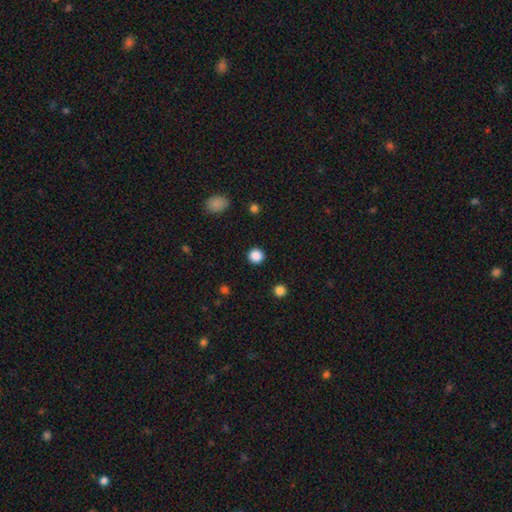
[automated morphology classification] smooth-or-featured: smooth: 87% | star or artifact: 11% | featured or disk: 3%
  how-rounded: round: 94% | in between: 5% | cigar-shaped: 1%
  merging: none: 92% | minor disturbance: 5% | major disturbance: 2% | merger: 1%